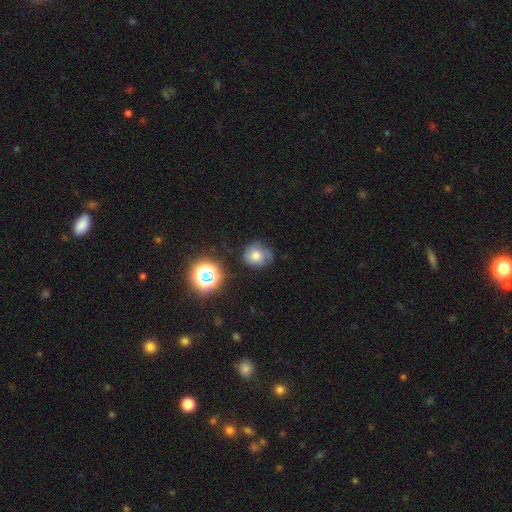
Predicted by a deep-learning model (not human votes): Smooth or featured? Predicted: smooth (p=0.65). How rounded? Predicted: round (p=0.79). Merging? Predicted: none (p=0.62).